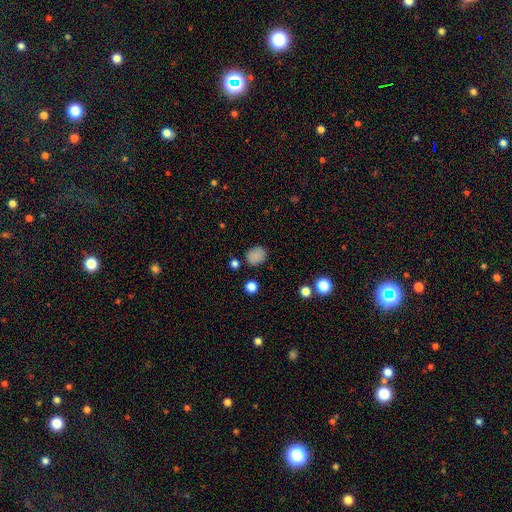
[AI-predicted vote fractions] Morphology: type=smooth (83%); roundness=round (68%); merging=none (80%).